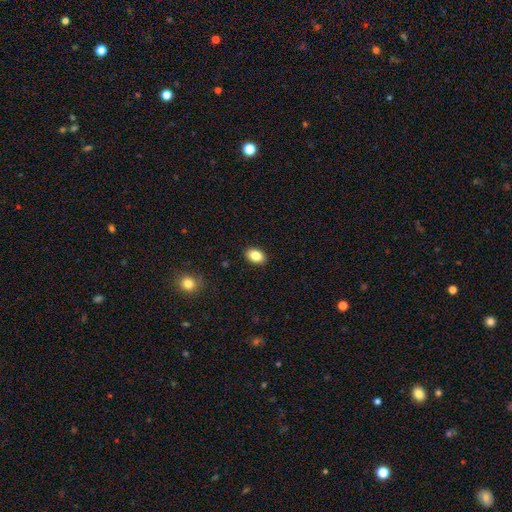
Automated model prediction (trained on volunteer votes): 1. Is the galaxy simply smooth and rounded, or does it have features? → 85% smooth, 8% star or artifact, 7% featured or disk.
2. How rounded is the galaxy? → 86% in between, 13% round, 1% cigar-shaped.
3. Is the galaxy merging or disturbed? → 89% none, 8% minor disturbance, 2% major disturbance, 1% merger.